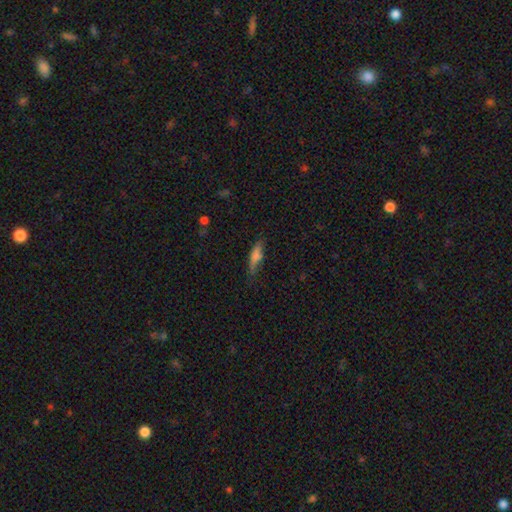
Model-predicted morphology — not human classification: type=smooth (57%); roundness=cigar-shaped (73%); merging=none (72%).